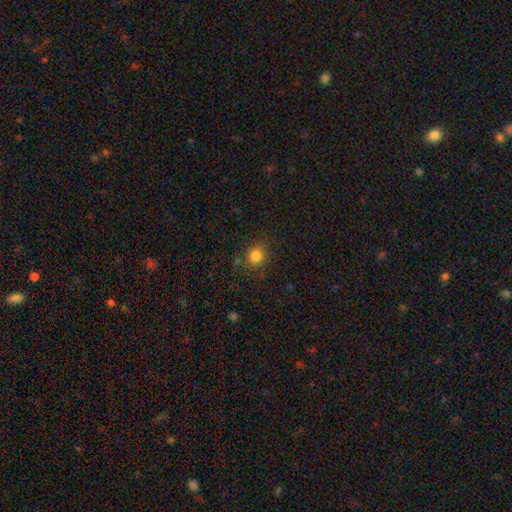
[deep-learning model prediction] This is clearly a smooth galaxy (83%). How rounded: clearly round (82%). Merging: clearly none (84%).